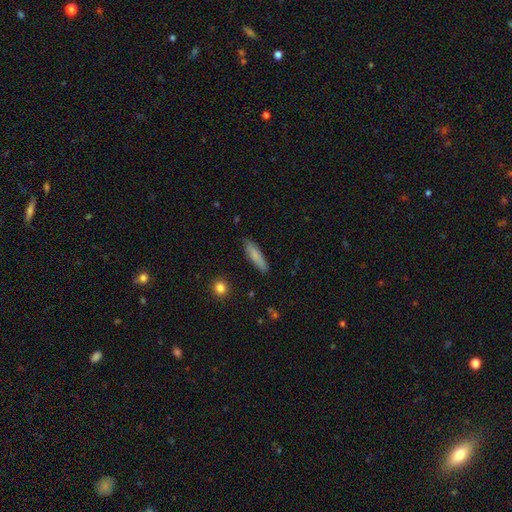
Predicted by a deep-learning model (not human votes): Smooth or featured? smooth (80%)
How rounded? cigar-shaped (75%)
Merging? none (85%)